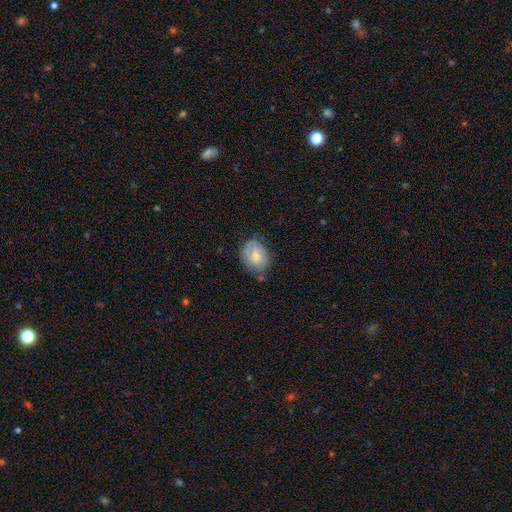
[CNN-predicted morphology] Smooth or featured? smooth (55%)
How rounded? in between (67%)
Merging? none (54%)